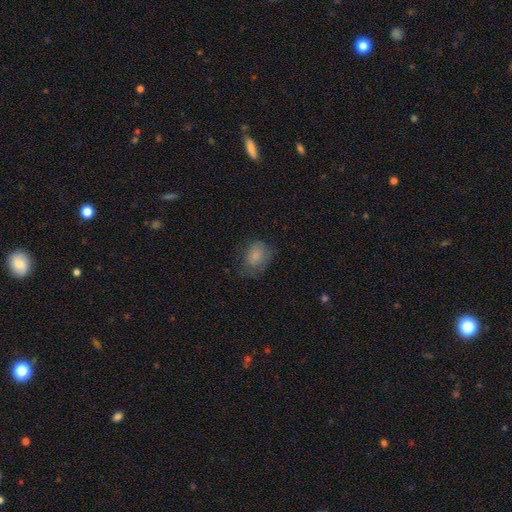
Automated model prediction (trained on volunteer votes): A smooth galaxy with no disk features (79%) that is in between round and cigar-shaped (53%).

Vote fractions:
- Smooth or featured? smooth: 79% / featured or disk: 11% / star or artifact: 10%
- How rounded? in between: 53% / round: 46% / cigar-shaped: 1%
- Merging? none: 54% / minor disturbance: 30% / major disturbance: 15% / merger: 1%